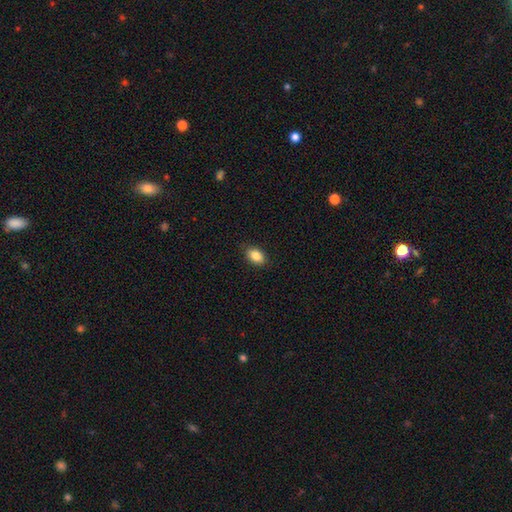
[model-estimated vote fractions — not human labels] smooth-or-featured: smooth: 86% | star or artifact: 8% | featured or disk: 6%
  how-rounded: in between: 86% | round: 12% | cigar-shaped: 1%
  merging: none: 87% | minor disturbance: 10% | major disturbance: 2% | merger: 1%